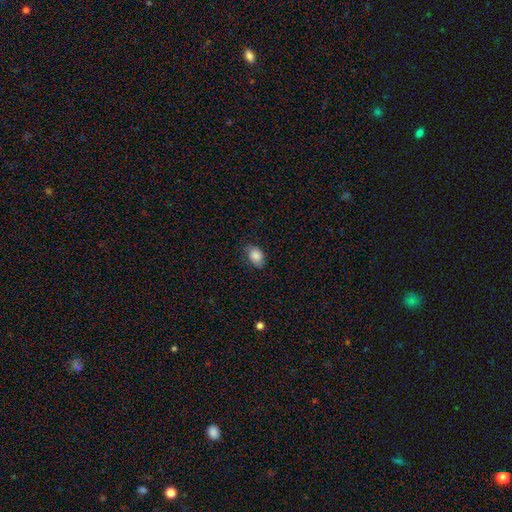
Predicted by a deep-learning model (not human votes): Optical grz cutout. It shows a smooth galaxy with no disk features (85%) that is in between round and cigar-shaped (81%). Merging: none (72%).